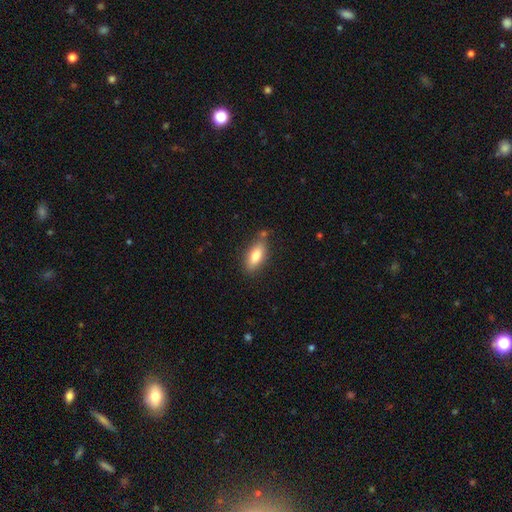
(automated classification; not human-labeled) Morphology: type=smooth (80%); roundness=in between (77%); merging=none (75%).